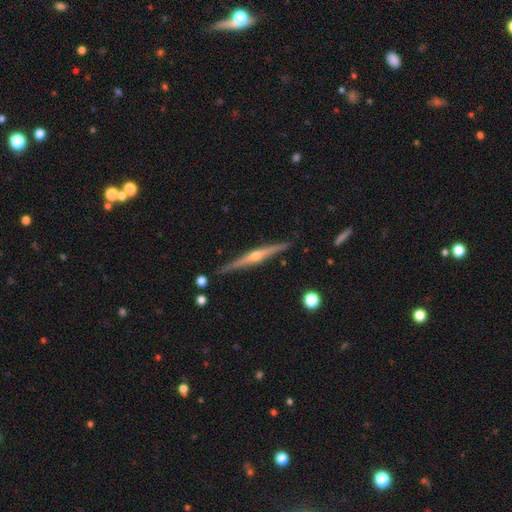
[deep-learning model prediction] Morphology: type=featured or disk (84%); edge-on=yes (98%); edge-on bulge=rounded (92%); merging=none (89%).